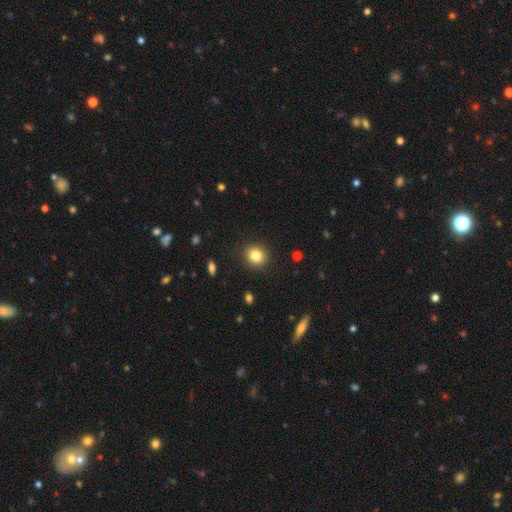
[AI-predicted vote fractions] smooth 83%, star or artifact 10%, featured or disk 6%. Down the decision tree: how rounded — round (84%); merging — none (90%).